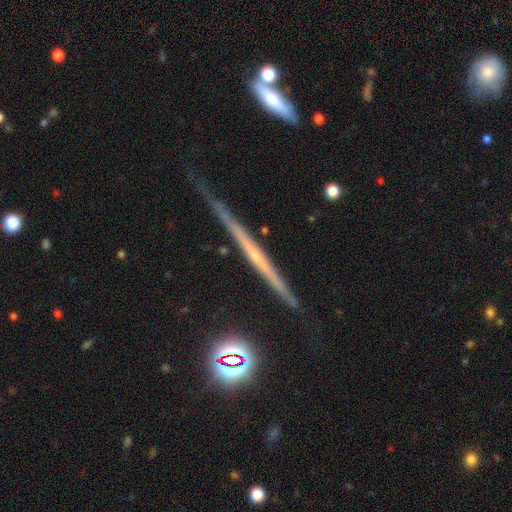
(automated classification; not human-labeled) A featured or disk galaxy (74%) viewed edge-on (97%) with no central bulge (58%). Merging: none (76%).